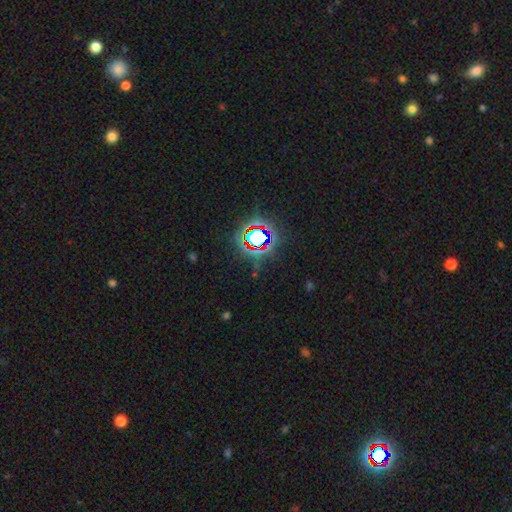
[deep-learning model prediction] smooth_or_featured: star or artifact (p=0.81) [alt: smooth p=0.11]